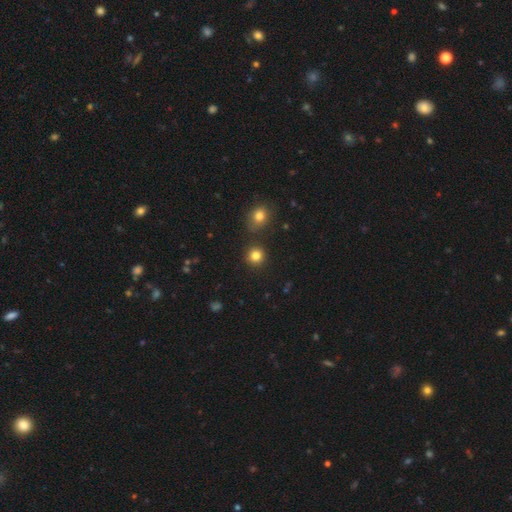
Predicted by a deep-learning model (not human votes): smooth 82%, star or artifact 13%, featured or disk 5%. Down the decision tree: how rounded — round (92%); merging — none (86%).